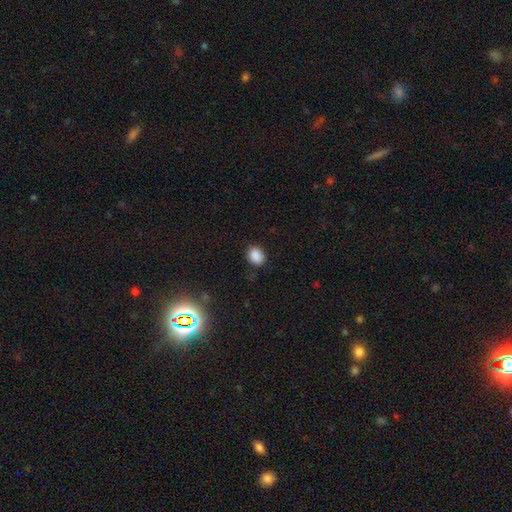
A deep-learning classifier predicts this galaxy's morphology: smooth_or_featured: smooth (p=0.87) [alt: star or artifact p=0.10]
how_rounded: in between (p=0.62) [alt: round p=0.37]
merging: none (p=0.86) [alt: minor disturbance p=0.10]